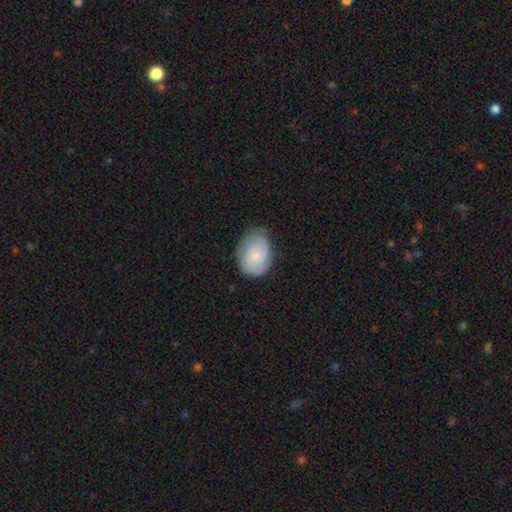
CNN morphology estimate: A smooth galaxy with no disk features (49%).

Vote fractions:
- Smooth or featured? smooth: 49% / featured or disk: 44% / star or artifact: 6%
- Merging? none: 66% / minor disturbance: 26% / major disturbance: 7% / merger: 1%